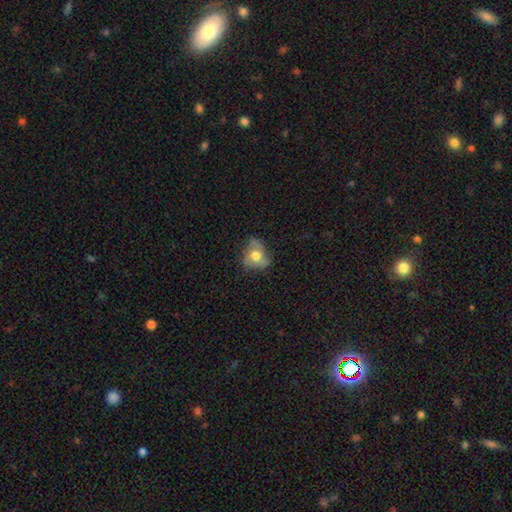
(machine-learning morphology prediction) The model was most divided on "how rounded": round: 51%, in between: 48%, cigar-shaped: 1%. More confident: merging — none (51%); smooth or featured — smooth (51%).